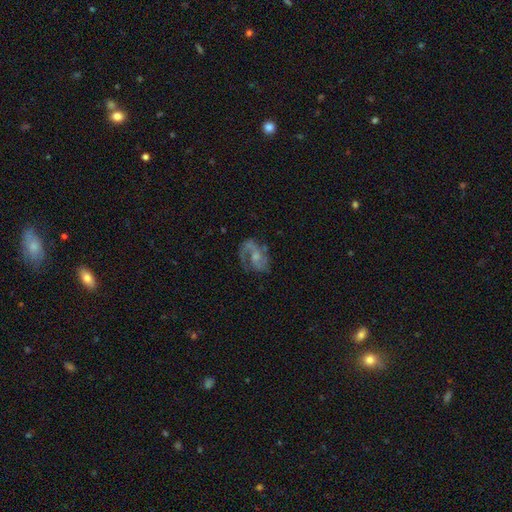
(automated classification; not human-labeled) Morphology: type=featured or disk (80%); edge-on=no (97%); bar=no (53%); spiral arms=yes (92%); winding=medium (52%); arm count=2 (77%); bulge=small (45%); merging=none (62%).